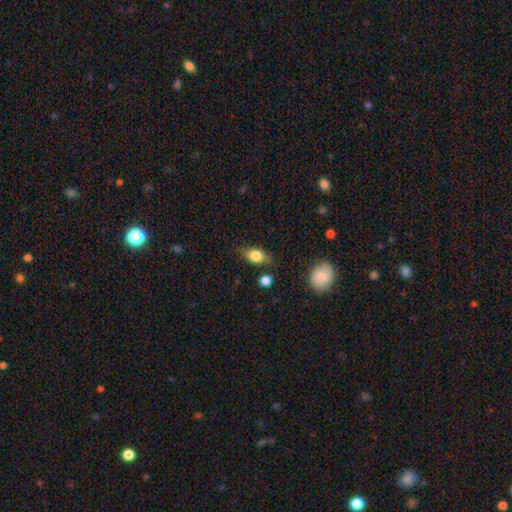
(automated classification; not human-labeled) The model was most divided on "merging": none: 73%, minor disturbance: 19%, major disturbance: 5%, merger: 3%. More confident: how rounded — in between (76%); smooth or featured — smooth (74%).